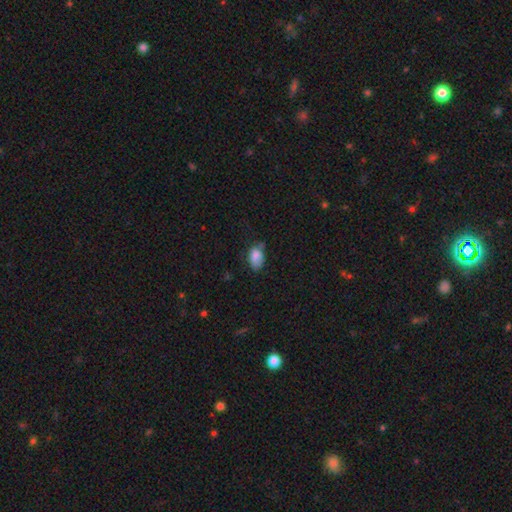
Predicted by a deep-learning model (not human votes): smooth-or-featured: smooth: 82% | featured or disk: 9% | star or artifact: 9%
  how-rounded: in between: 88% | round: 10% | cigar-shaped: 1%
  merging: none: 47% | minor disturbance: 37% | major disturbance: 11% | merger: 5%